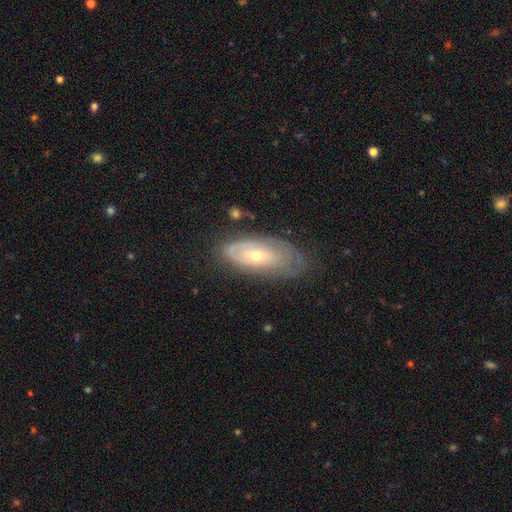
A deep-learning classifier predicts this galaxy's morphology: smooth-or-featured: featured or disk: 61% | smooth: 32% | star or artifact: 7%
  disk-edge-on: no: 85% | yes: 15%
    bar: no: 81% | weak: 16% | strong: 4%
    has-spiral-arms: yes: 55% | no: 45%
    bulge-size: moderate: 49% | small: 47% | large: 2% | none: 1% | dominant: 1%
  merging: none: 62% | minor disturbance: 26% | major disturbance: 11% | merger: 2%